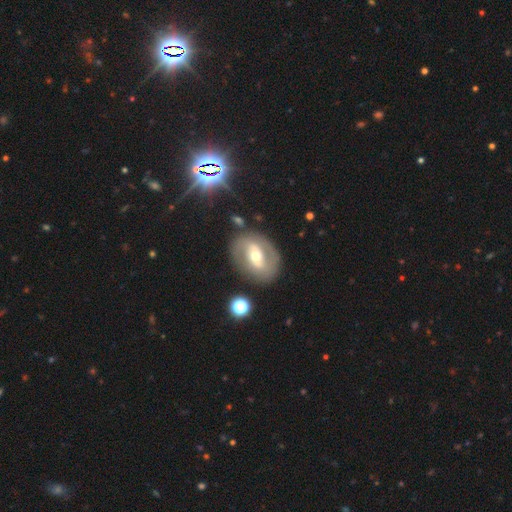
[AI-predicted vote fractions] This appears to be a featured or disk galaxy (67%) with a weak bar (35%), spiral arms (54%) and a moderate central bulge (61%). Merging: none (78%).